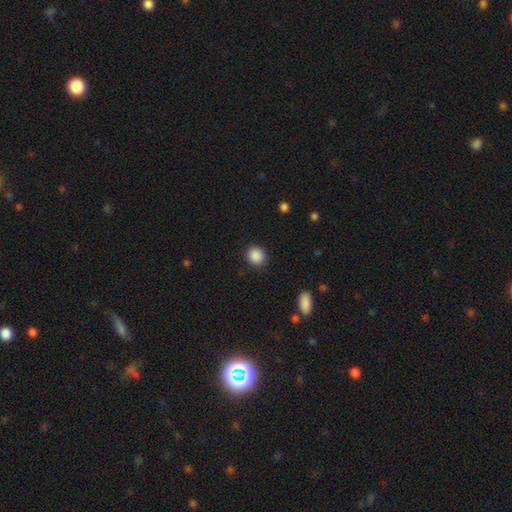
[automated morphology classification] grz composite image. It shows a smooth galaxy with no disk features (88%) that is round (80%). Merging: none (89%).